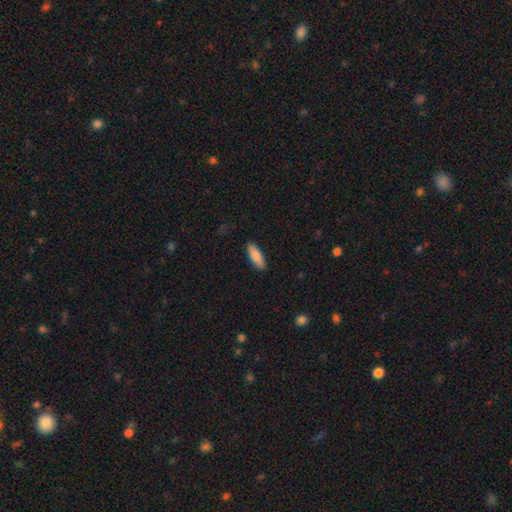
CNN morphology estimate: This appears to be a smooth galaxy with no disk features (86%) that is in between round and cigar-shaped (60%). Merging: none (89%).